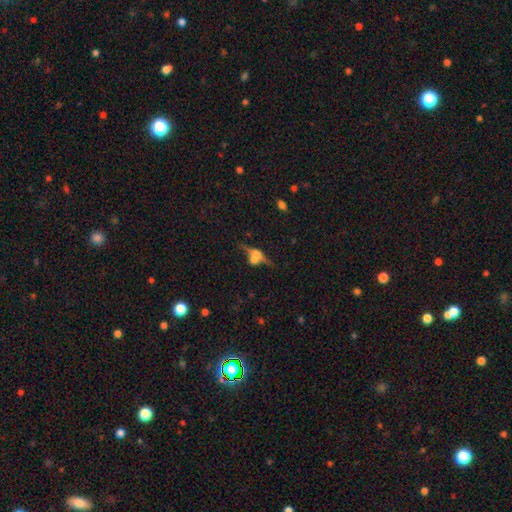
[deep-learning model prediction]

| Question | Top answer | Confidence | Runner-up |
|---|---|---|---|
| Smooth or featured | featured or disk | 52% | smooth (32%) |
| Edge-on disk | yes | 73% | no (27%) |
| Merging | none | 45% | merger (29%) |